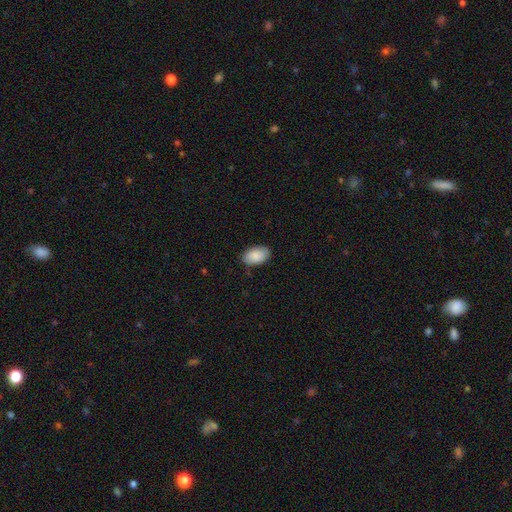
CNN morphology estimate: smooth-or-featured: smooth: 89% | star or artifact: 6% | featured or disk: 5%
  how-rounded: in between: 93% | round: 5% | cigar-shaped: 1%
  merging: none: 85% | minor disturbance: 12% | major disturbance: 2% | merger: 1%